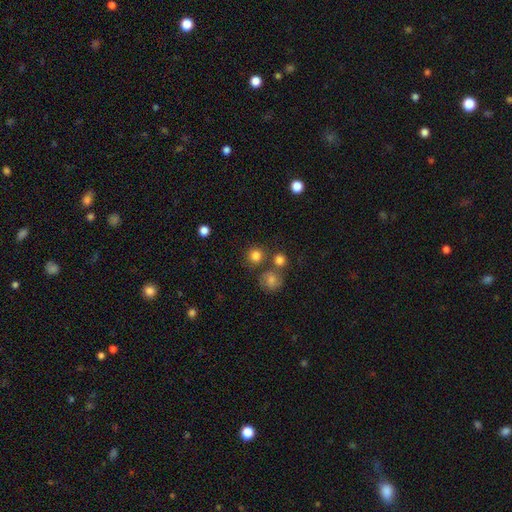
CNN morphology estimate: A smooth galaxy with no disk features (82%) that is round (91%). Merging: none (73%).